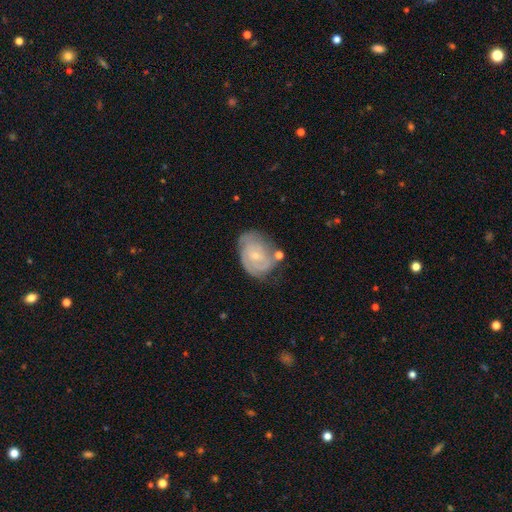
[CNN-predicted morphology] Overall: featured or disk (73%). Edge-on disk: no (97%). Bar: no (68%). Spiral arms: yes (88%). Spiral arm count: can't tell (36%; 2 33%). Spiral winding: tight (65%; medium 27%). Bulge size: small (73%). Merging: none (54%; minor disturbance 26%).